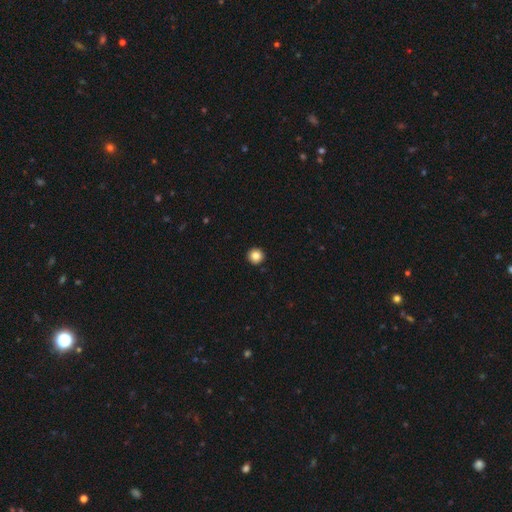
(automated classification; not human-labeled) A smooth galaxy with no disk features (84%) that is round (96%).

Vote fractions:
- Smooth or featured? smooth: 84% / star or artifact: 10% / featured or disk: 6%
- How rounded? round: 96% / in between: 3% / cigar-shaped: 1%
- Merging? none: 94% / minor disturbance: 4% / major disturbance: 1% / merger: 1%